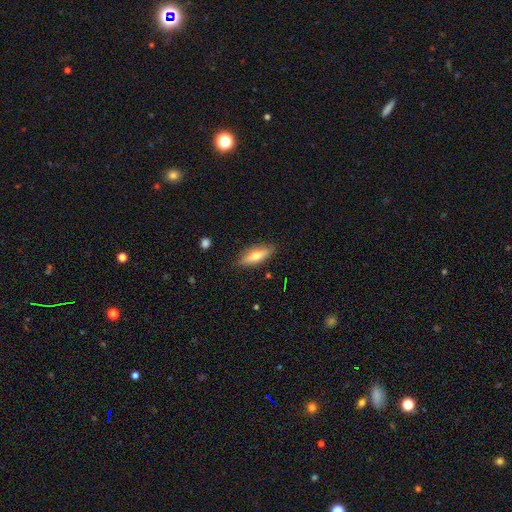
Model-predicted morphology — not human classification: A smooth galaxy with no disk features (47%). Merging: none (85%).